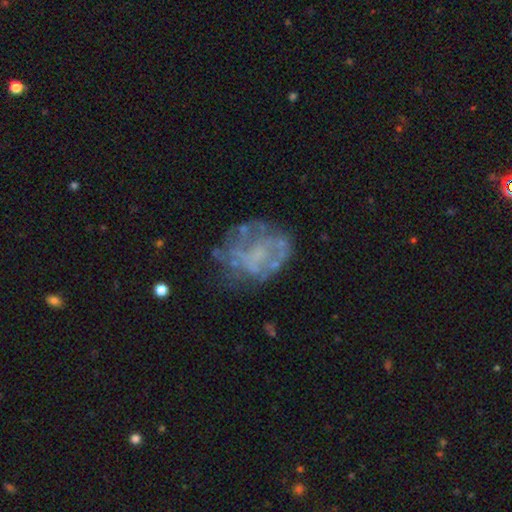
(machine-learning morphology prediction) A featured or disk galaxy (63%) with no bar (84%), no spiral arms (73%) and no central bulge (70%).

Vote fractions:
- Smooth or featured? featured or disk: 63% / smooth: 23% / star or artifact: 14%
- Edge-on disk? no: 98% / yes: 2%
- Bar? no: 84% / weak: 12% / strong: 4%
- Spiral arms? no: 73% / yes: 27%
- Bulge size? none: 70% / small: 17% / moderate: 10% / large: 2% / dominant: 1%
- Merging? none: 56% / minor disturbance: 21% / major disturbance: 20% / merger: 3%